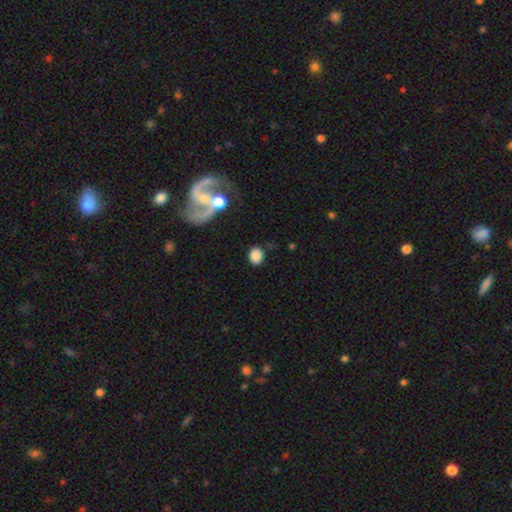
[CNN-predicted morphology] type=smooth (85%); roundness=round (65%); merging=none (79%).